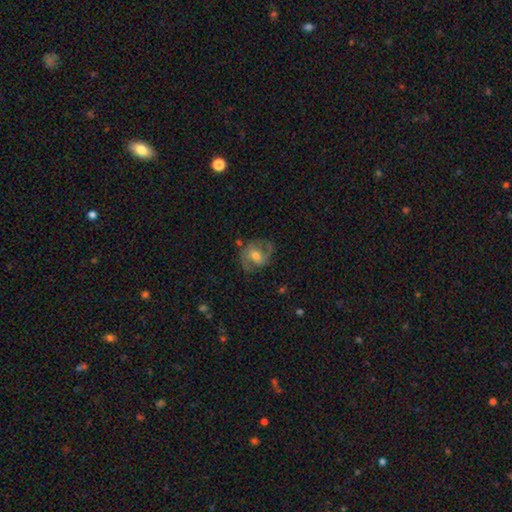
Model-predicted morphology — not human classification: Overall: featured or disk (64%; smooth 28%). Edge-on disk: no (97%). Bar: no (46%; weak 39%). Spiral arms: yes (80%). Bulge size: moderate (64%; small 27%). Merging: none (66%).